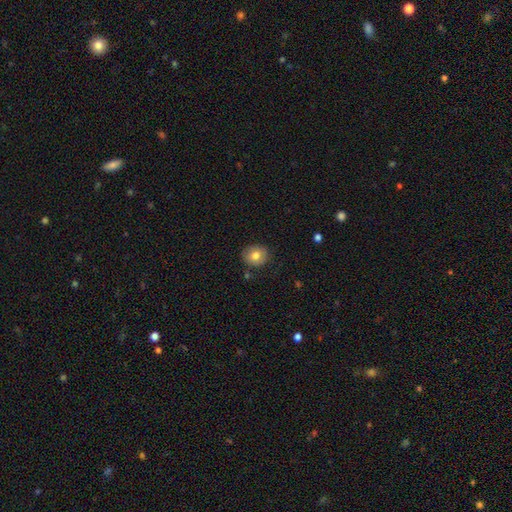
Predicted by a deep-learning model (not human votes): This is likely a smooth galaxy (79%). How rounded: likely round (77%). Merging: clearly none (86%).